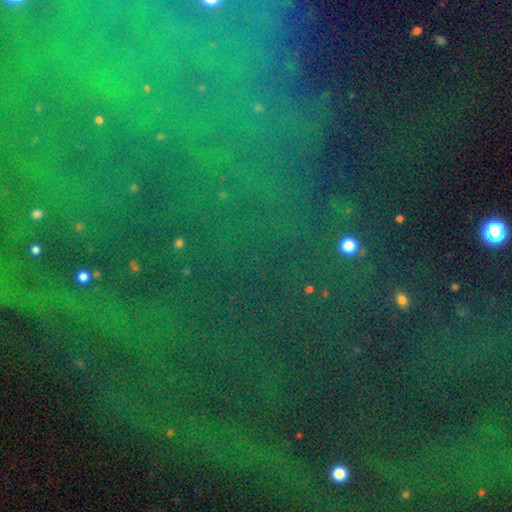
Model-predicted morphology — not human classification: Q: Smooth or featured?
A: star or artifact (80%); runner-up: smooth (11%)